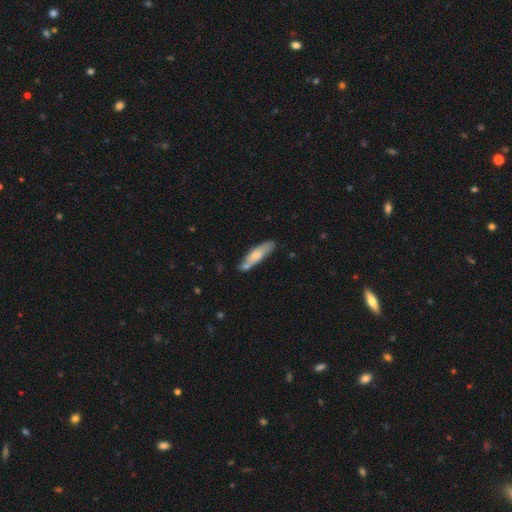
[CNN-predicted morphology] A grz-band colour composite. It shows a smooth galaxy with no disk features (70%) that is cigar-shaped (72%). Merging: none (67%).